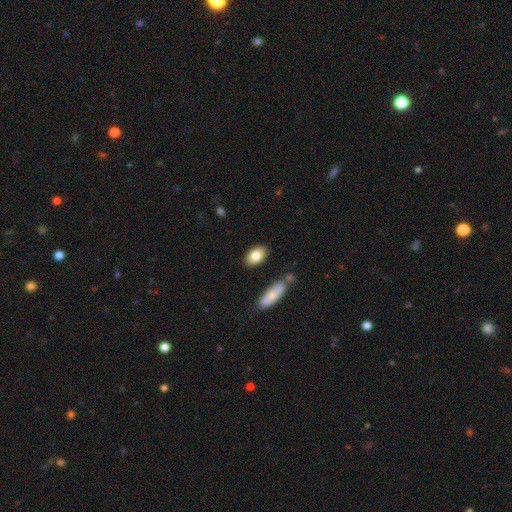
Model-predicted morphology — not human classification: Smooth or featured? Predicted: smooth (p=0.82). How rounded? Predicted: in between (p=0.88). Merging? Predicted: none (p=0.83).